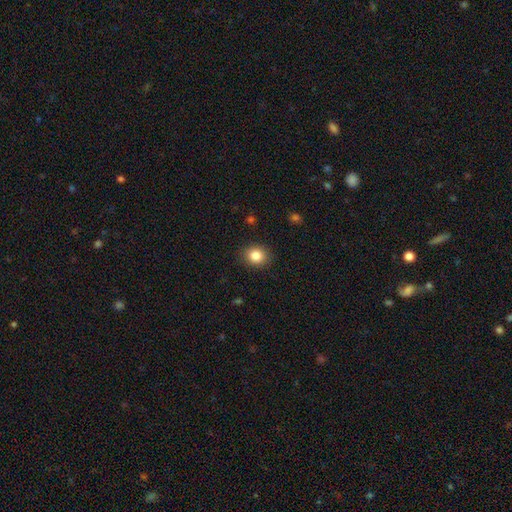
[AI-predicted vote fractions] This is clearly a smooth galaxy (85%). How rounded: likely round (66%). Merging: clearly none (88%).